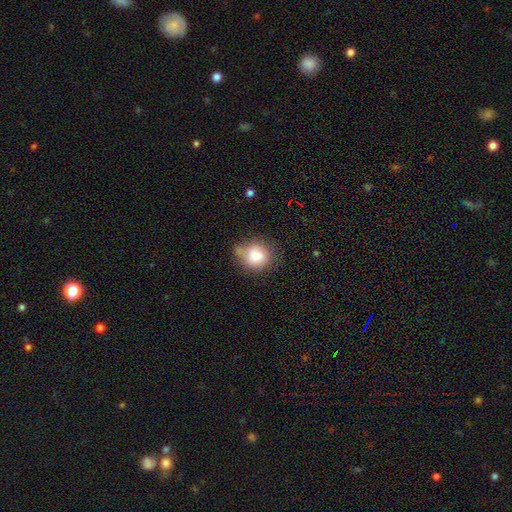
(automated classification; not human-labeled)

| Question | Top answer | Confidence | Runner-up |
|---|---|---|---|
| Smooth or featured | smooth | 79% | featured or disk (12%) |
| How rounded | round | 73% | in between (26%) |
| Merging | none | 53% | minor disturbance (29%) |